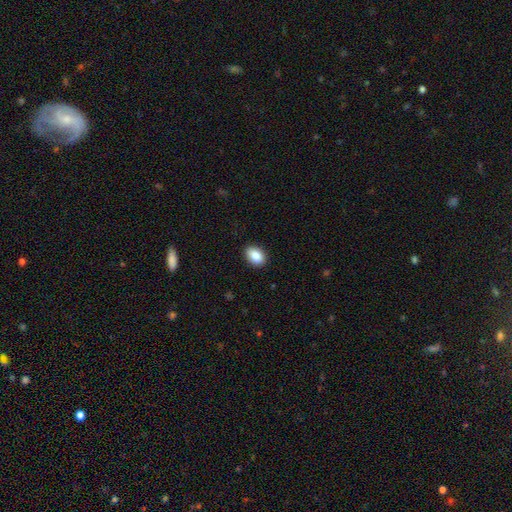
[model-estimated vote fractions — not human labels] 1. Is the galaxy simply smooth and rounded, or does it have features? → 86% smooth, 8% star or artifact, 6% featured or disk.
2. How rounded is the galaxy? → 79% in between, 19% round, 1% cigar-shaped.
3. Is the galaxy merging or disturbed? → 89% none, 8% minor disturbance, 2% major disturbance, 1% merger.